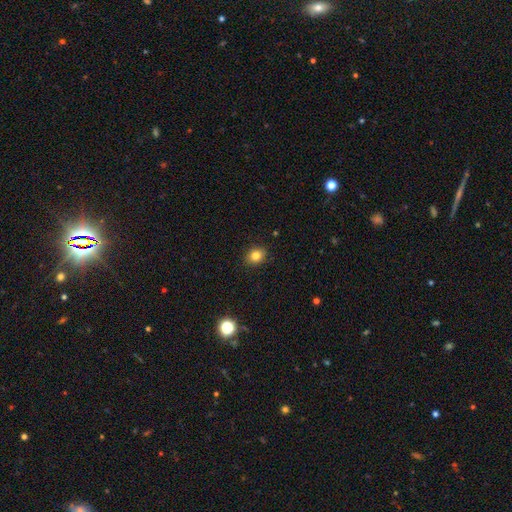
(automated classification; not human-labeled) Smooth or featured? Predicted: smooth (p=0.81). How rounded? Predicted: round (p=0.58). Merging? Predicted: none (p=0.89).